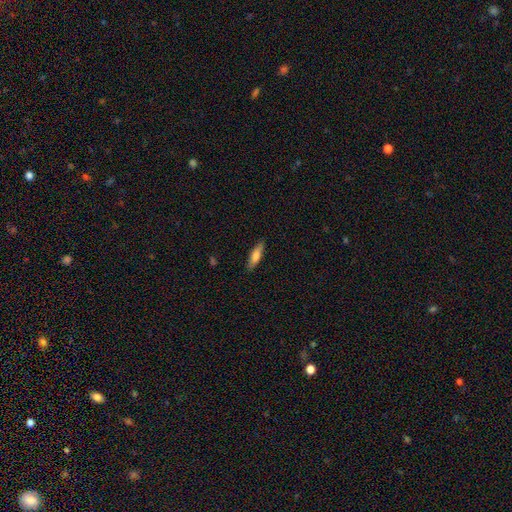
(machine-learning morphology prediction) smooth_or_featured: smooth (p=0.73) [alt: featured or disk p=0.21]
how_rounded: cigar-shaped (p=0.62) [alt: in between p=0.36]
merging: none (p=0.87) [alt: minor disturbance p=0.10]